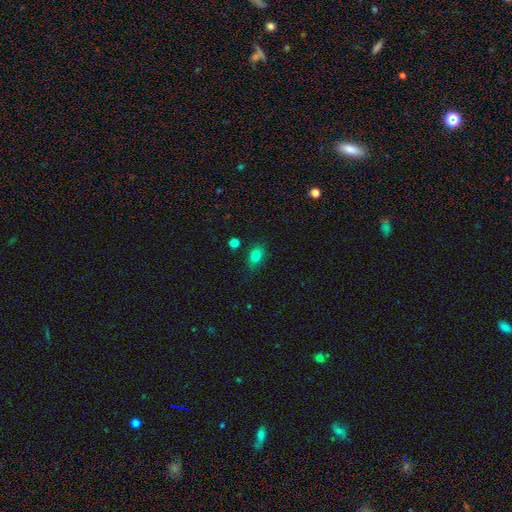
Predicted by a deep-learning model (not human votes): Smooth or featured: smooth — 82% (star or artifact — 11%)
How rounded: in between — 81% (round — 16%)
Merging: none — 78% (minor disturbance — 16%)